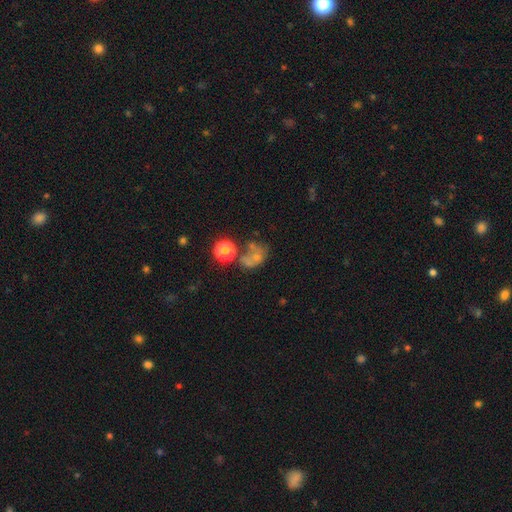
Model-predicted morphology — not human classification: Smooth or featured? smooth (53%)
How rounded? in between (53%)
Merging? merger (36%)